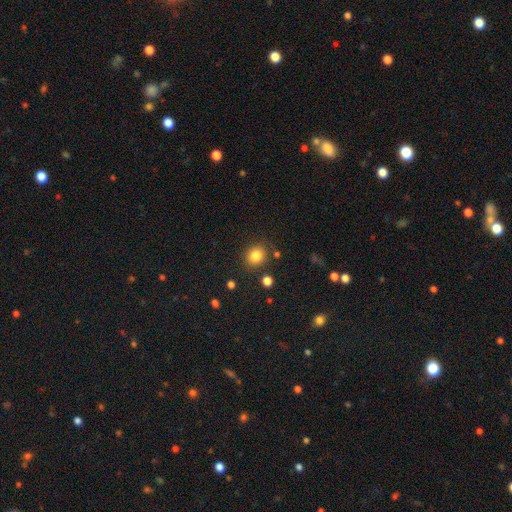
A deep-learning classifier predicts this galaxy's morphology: smooth 83%, star or artifact 11%, featured or disk 6%. Down the decision tree: how rounded — round (78%); merging — none (83%).